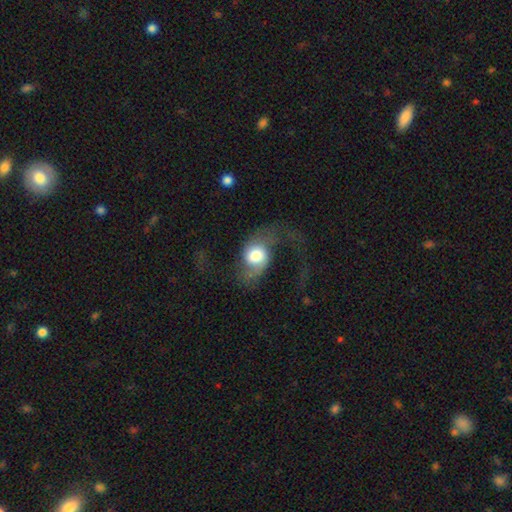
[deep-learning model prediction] This is possibly a featured or disk galaxy (50%). Merging: possibly major disturbance (49%).